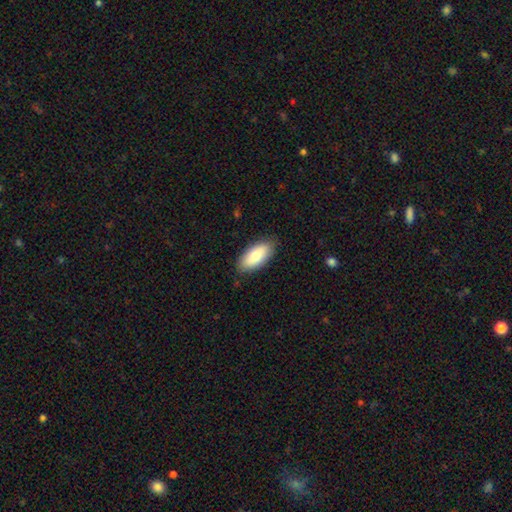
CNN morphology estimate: Smooth or featured? Predicted: smooth (p=0.80). How rounded? Predicted: in between (p=0.91). Merging? Predicted: none (p=0.85).